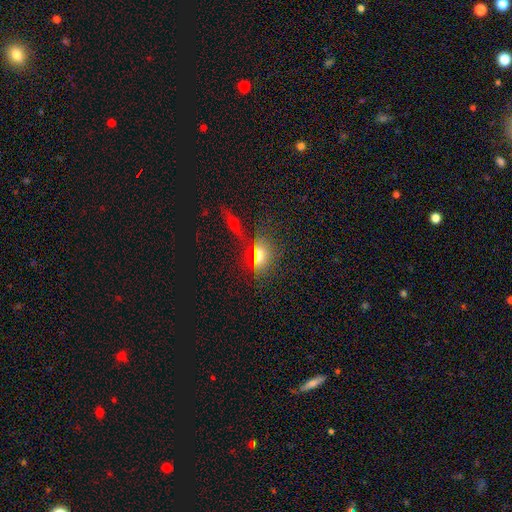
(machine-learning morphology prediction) Smooth or featured? smooth (50%)
How rounded? in between (67%)
Merging? none (76%)